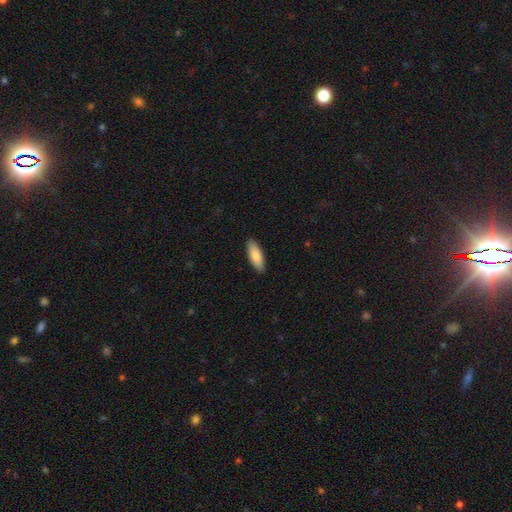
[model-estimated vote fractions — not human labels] This appears to be a smooth galaxy with no disk features (86%) that is in between round and cigar-shaped (68%). Merging: none (90%).